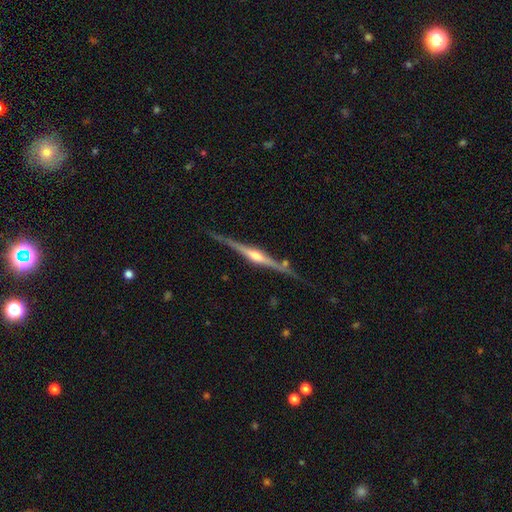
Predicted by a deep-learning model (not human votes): This appears to be a featured or disk galaxy (85%) viewed edge-on (98%) with a rounded central bulge (88%). Merging: none (81%).